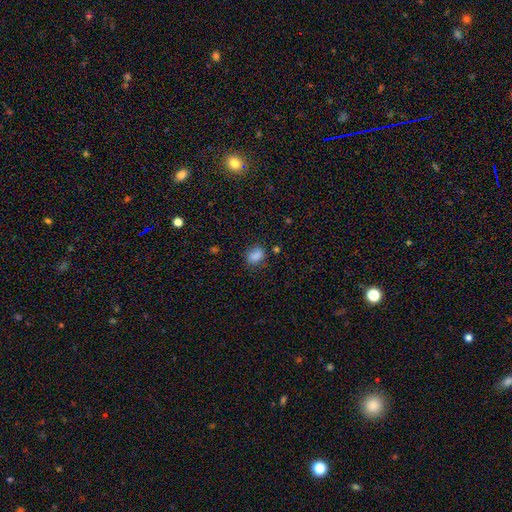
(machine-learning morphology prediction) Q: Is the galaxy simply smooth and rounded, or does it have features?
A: smooth — 84%.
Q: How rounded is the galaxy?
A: in between — 59%.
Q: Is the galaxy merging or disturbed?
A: none — 71%.